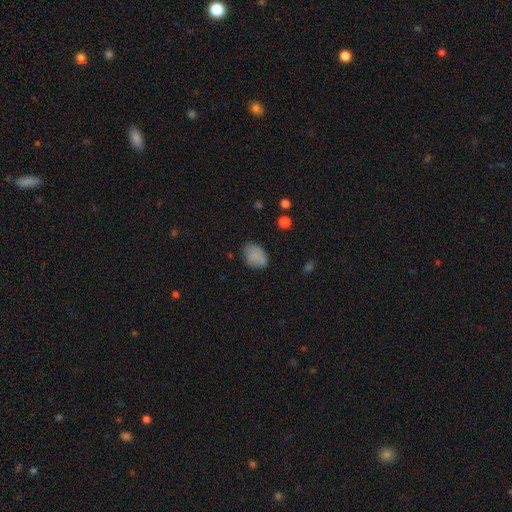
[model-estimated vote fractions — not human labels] Smooth or featured?
  - smooth: 84% *
  - star or artifact: 9%
  - featured or disk: 7%
How rounded?
  - in between: 72% *
  - round: 27%
  - cigar-shaped: 1%
Merging?
  - none: 72% *
  - minor disturbance: 21%
  - major disturbance: 5%
  - merger: 2%